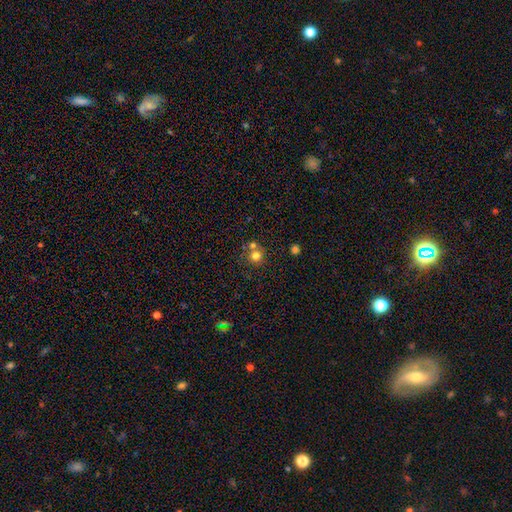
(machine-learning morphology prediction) Smooth or featured? Predicted: smooth (p=0.75). How rounded? Predicted: round (p=0.90). Merging? Predicted: none (p=0.58).